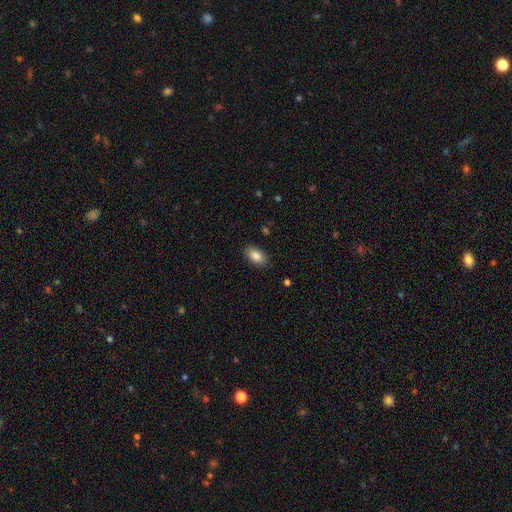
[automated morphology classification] smooth-or-featured: smooth: 86% | star or artifact: 8% | featured or disk: 6%
  how-rounded: in between: 92% | round: 5% | cigar-shaped: 2%
  merging: none: 87% | minor disturbance: 10% | major disturbance: 2% | merger: 1%